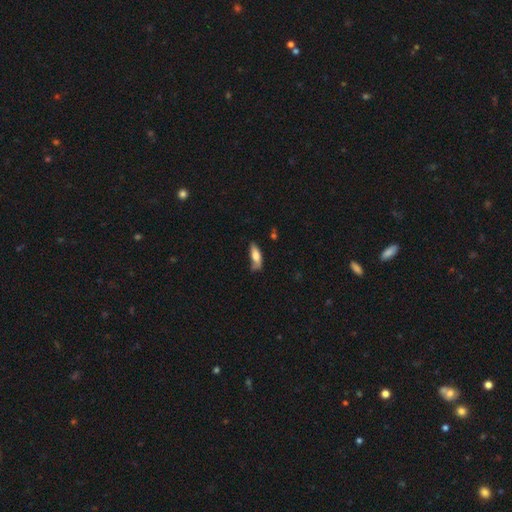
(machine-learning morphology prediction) A smooth galaxy with no disk features (72%) that is in between round and cigar-shaped (64%).

Vote fractions:
- Smooth or featured? smooth: 72% / featured or disk: 21% / star or artifact: 7%
- How rounded? in between: 64% / cigar-shaped: 33% / round: 3%
- Merging? none: 44% / minor disturbance: 36% / major disturbance: 15% / merger: 6%